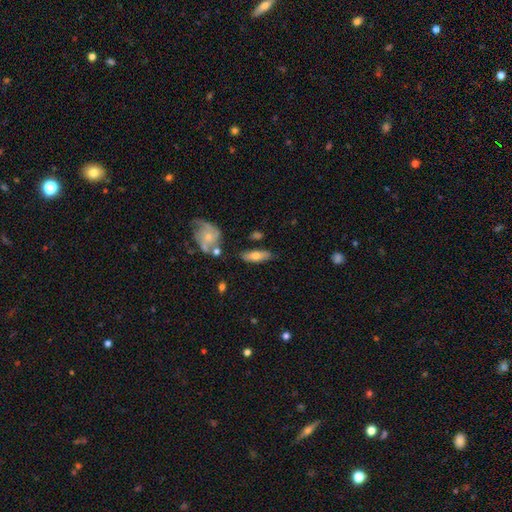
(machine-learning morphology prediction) Smooth or featured? smooth (64%)
How rounded? in between (60%)
Merging? none (74%)